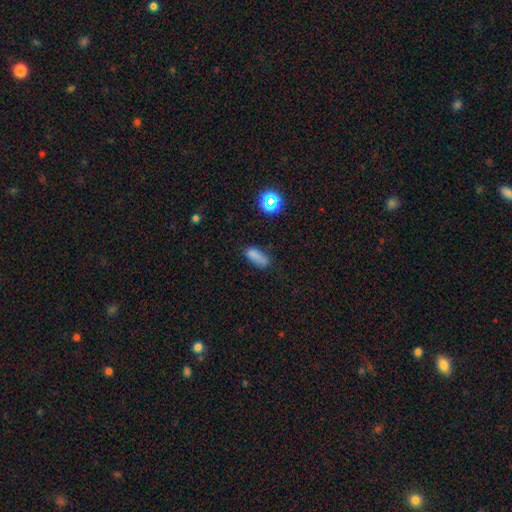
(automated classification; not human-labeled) Overall: smooth (77%). How rounded: in between (74%). Merging: none (62%; minor disturbance 25%).